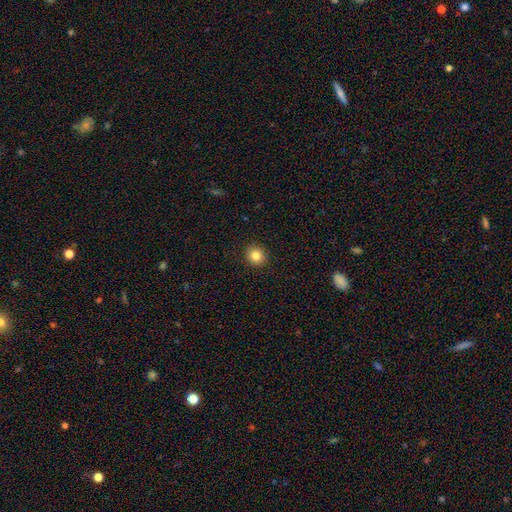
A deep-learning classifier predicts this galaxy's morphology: This appears to be a smooth galaxy with no disk features (84%) that is round (88%). Merging: none (92%).